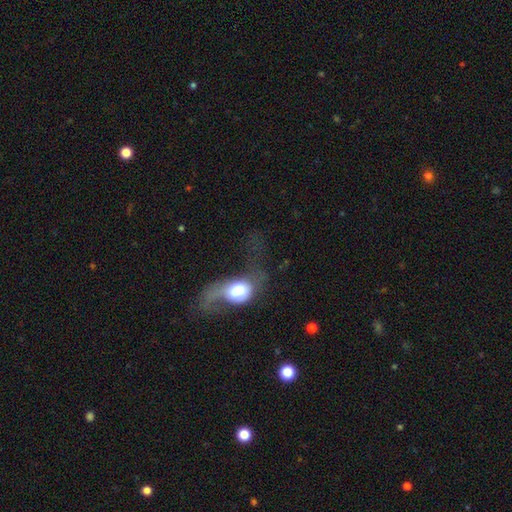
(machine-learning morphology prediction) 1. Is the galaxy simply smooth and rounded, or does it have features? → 52% featured or disk, 35% smooth, 13% star or artifact.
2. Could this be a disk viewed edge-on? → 89% no, 11% yes.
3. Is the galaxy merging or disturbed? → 56% major disturbance, 23% none, 16% minor disturbance, 5% merger.